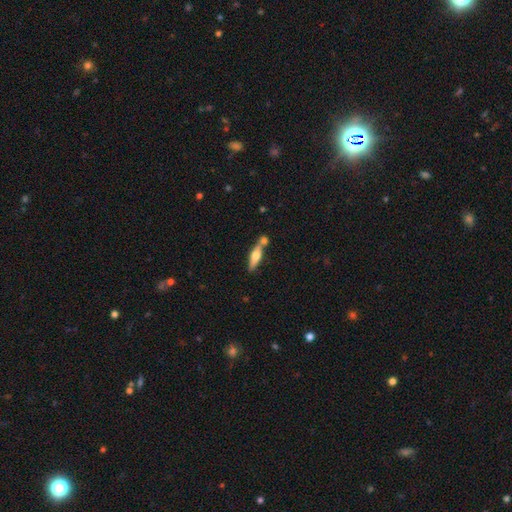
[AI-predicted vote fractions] Smooth or featured: featured or disk — 51% (smooth — 43%)
Edge-on disk: yes — 90% (no — 10%)
Merging: none — 60% (merger — 25%)